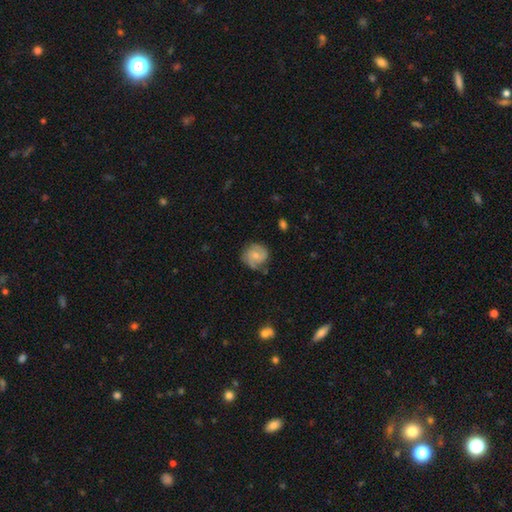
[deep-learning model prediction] Smooth or featured: featured or disk — 60% (smooth — 33%)
Edge-on disk: no — 98% (yes — 2%)
Bar: no — 65% (weak — 30%)
Spiral arms: yes — 90% (no — 10%)
Spiral winding: tight — 46% (medium — 40%)
Spiral arm count: 2 — 61% (can't tell — 17%)
Bulge size: small — 55% (moderate — 39%)
Merging: none — 70% (minor disturbance — 22%)